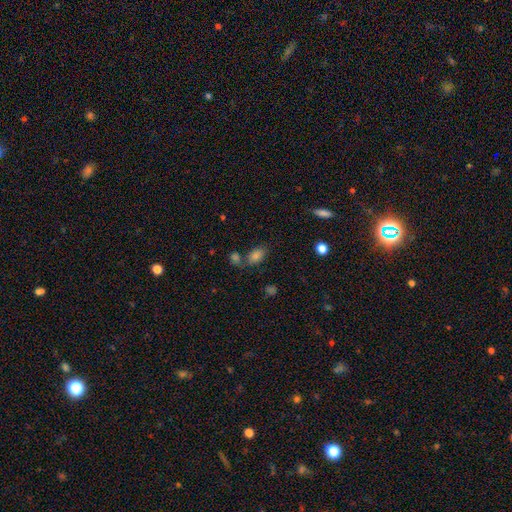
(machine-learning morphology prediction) Smooth or featured? smooth (77%)
How rounded? in between (87%)
Merging? none (61%)